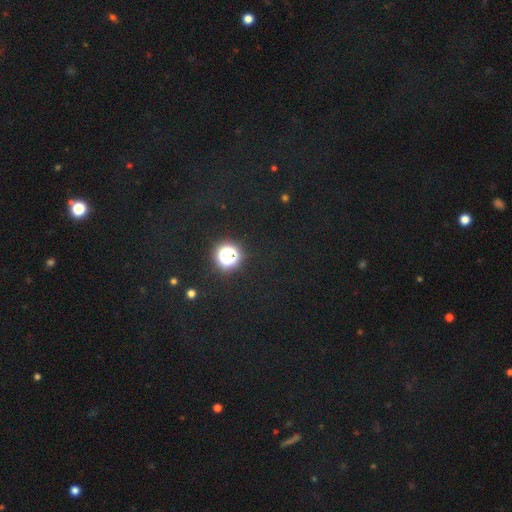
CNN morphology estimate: Smooth or featured? star or artifact (68%)